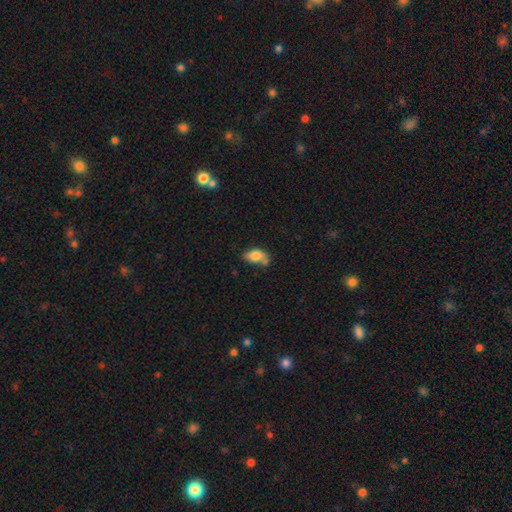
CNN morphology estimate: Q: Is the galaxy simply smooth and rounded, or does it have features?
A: smooth — 77%.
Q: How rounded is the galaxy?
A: in between — 87%.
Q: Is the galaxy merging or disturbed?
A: none — 42%.